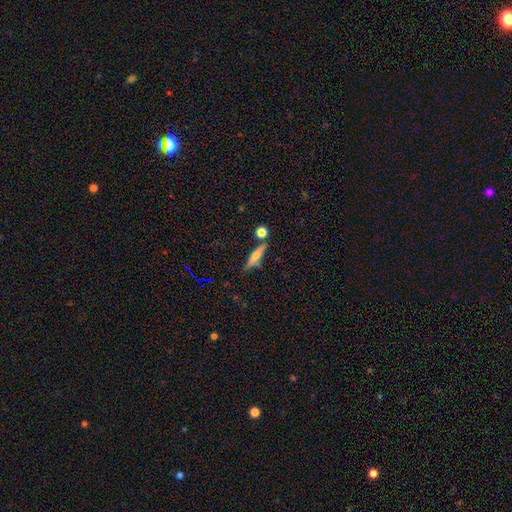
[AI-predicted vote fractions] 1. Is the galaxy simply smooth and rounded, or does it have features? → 46% featured or disk (tied), 46% smooth (tied), 9% star or artifact.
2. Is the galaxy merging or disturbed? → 73% none, 12% minor disturbance, 11% merger, 3% major disturbance.